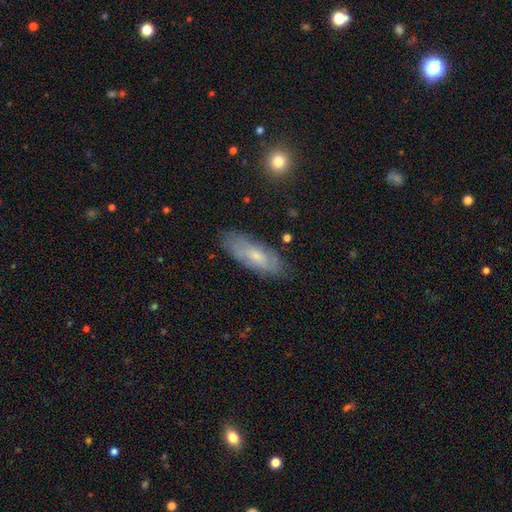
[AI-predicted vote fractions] A smooth galaxy with no disk features (52%) that is in between round and cigar-shaped (65%).

Vote fractions:
- Smooth or featured? smooth: 52% / featured or disk: 41% / star or artifact: 8%
- How rounded? in between: 65% / cigar-shaped: 33% / round: 2%
- Merging? none: 79% / minor disturbance: 16% / major disturbance: 3% / merger: 2%